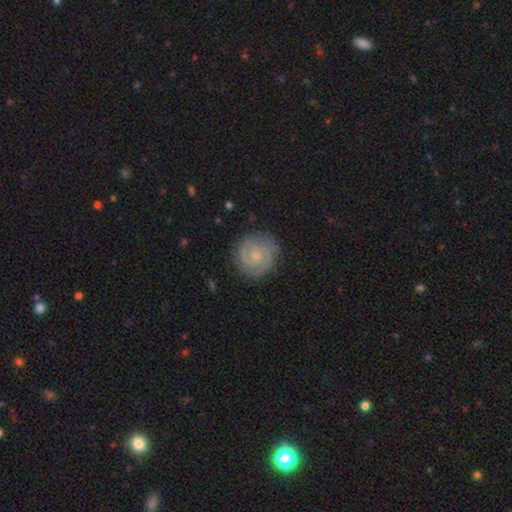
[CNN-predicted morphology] This appears to be a featured or disk galaxy (82%) with no bar (62%), 2 (77%) tight (65%) spiral arms (97%) and a small central bulge (64%). Merging: none (84%).